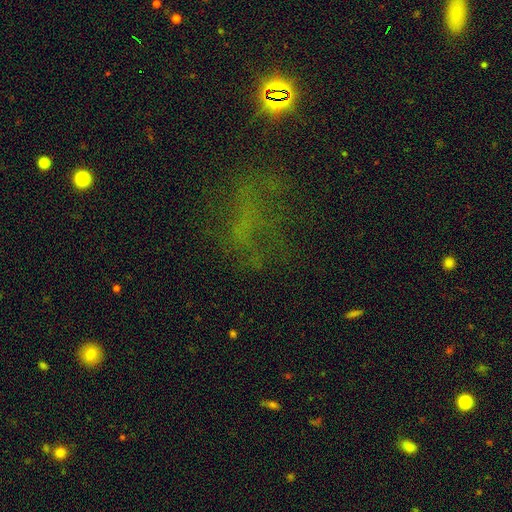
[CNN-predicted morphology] type=star or artifact (42%).